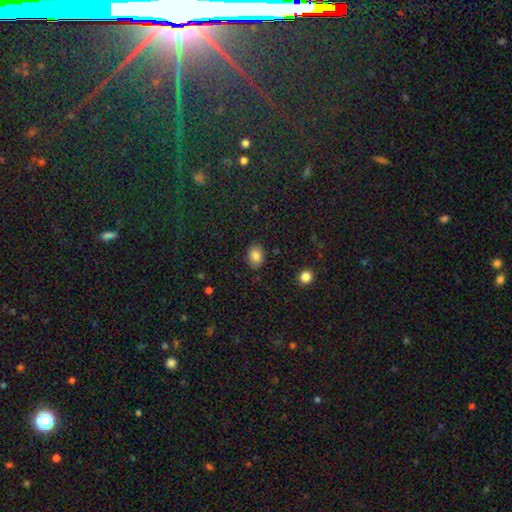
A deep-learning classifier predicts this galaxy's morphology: The model was most divided on "how rounded": in between: 57%, round: 43%, cigar-shaped: 1%. More confident: merging — none (84%); smooth or featured — smooth (84%).